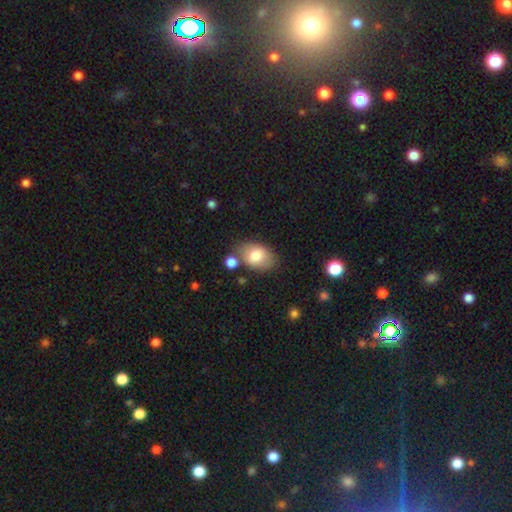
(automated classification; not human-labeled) smooth-or-featured: smooth: 78% | featured or disk: 15% | star or artifact: 8%
  how-rounded: in between: 85% | round: 13% | cigar-shaped: 1%
  merging: none: 68% | minor disturbance: 18% | merger: 9% | major disturbance: 5%